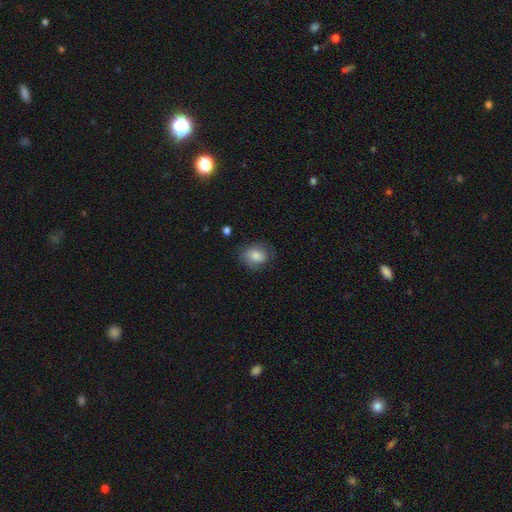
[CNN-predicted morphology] type=smooth (77%); roundness=round (55%); merging=none (67%).